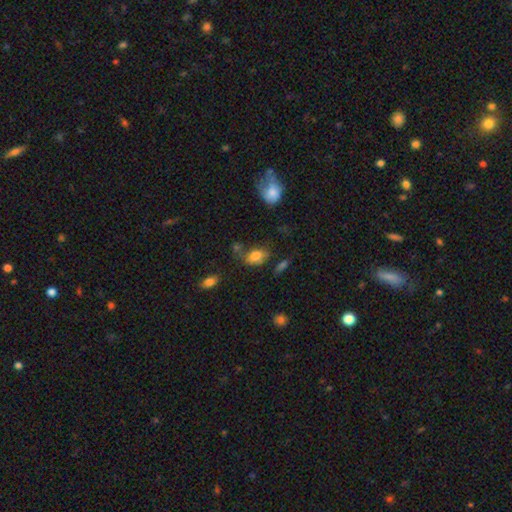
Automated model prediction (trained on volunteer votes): smooth_or_featured: smooth (p=0.77) [alt: featured or disk p=0.13]
how_rounded: in between (p=0.86) [alt: round p=0.12]
merging: none (p=0.51) [alt: minor disturbance p=0.26]